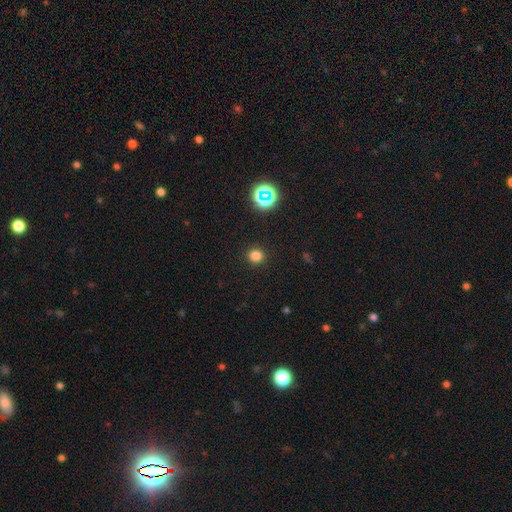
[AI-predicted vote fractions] This appears to be a smooth galaxy with no disk features (77%) that is round (90%). Merging: none (91%).